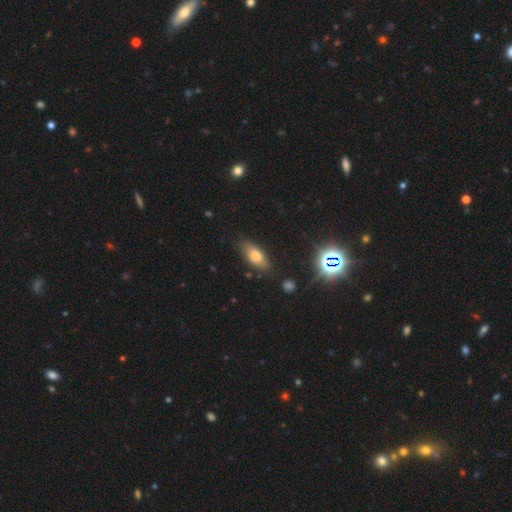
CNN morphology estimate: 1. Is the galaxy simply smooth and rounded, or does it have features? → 70% smooth, 17% featured or disk, 13% star or artifact.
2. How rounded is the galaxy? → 80% in between, 16% cigar-shaped, 4% round.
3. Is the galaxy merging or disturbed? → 80% none, 14% minor disturbance, 3% major disturbance, 2% merger.